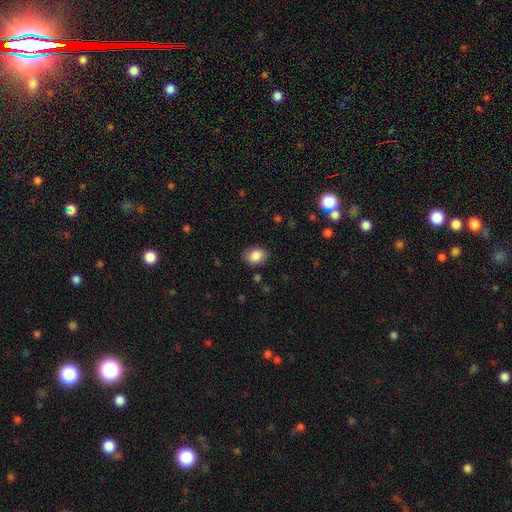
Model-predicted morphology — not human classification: A smooth galaxy with no disk features (85%) that is in between round and cigar-shaped (64%).

Vote fractions:
- Smooth or featured? smooth: 85% / star or artifact: 8% / featured or disk: 7%
- How rounded? in between: 64% / round: 35% / cigar-shaped: 1%
- Merging? none: 84% / minor disturbance: 12% / major disturbance: 3% / merger: 1%